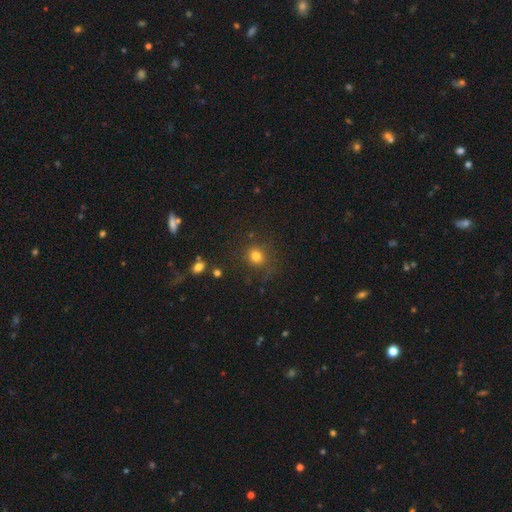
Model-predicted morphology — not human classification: This is likely a smooth galaxy (78%). How rounded: likely round (78%). Merging: likely none (78%).